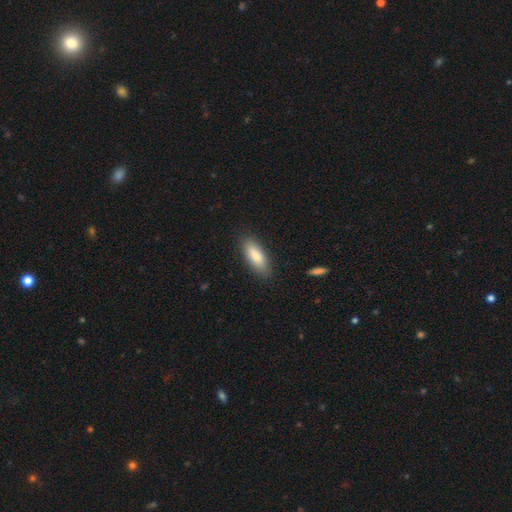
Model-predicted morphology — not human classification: smooth 86%, featured or disk 8%, star or artifact 6%. Down the decision tree: how rounded — in between (68%); merging — none (85%).